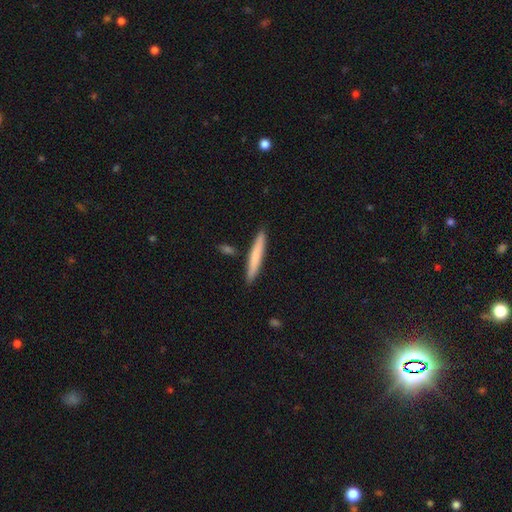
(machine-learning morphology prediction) Smooth or featured?
  - smooth: 73% *
  - featured or disk: 22%
  - star or artifact: 5%
How rounded?
  - cigar-shaped: 95% *
  - in between: 4%
  - round: 1%
Merging?
  - none: 87% *
  - minor disturbance: 8%
  - merger: 3%
  - major disturbance: 2%